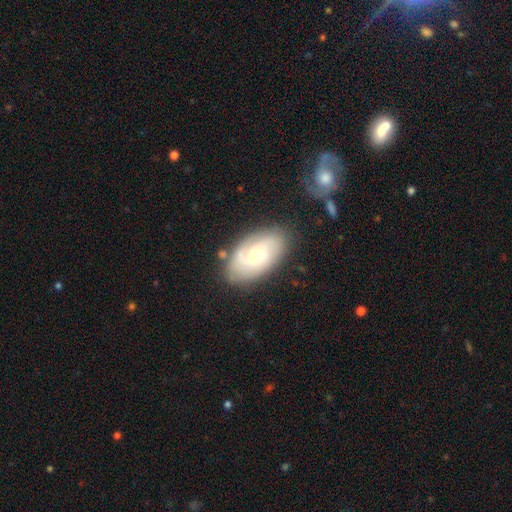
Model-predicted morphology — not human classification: A featured or disk galaxy (62%) with no bar (71%), spiral arms (84%) and a small central bulge (50%).

Vote fractions:
- Smooth or featured? featured or disk: 62% / smooth: 31% / star or artifact: 7%
- Edge-on disk? no: 94% / yes: 6%
- Bar? no: 71% / weak: 25% / strong: 4%
- Spiral arms? yes: 84% / no: 16%
- Bulge size? small: 50% / moderate: 45% / large: 3% / none: 1% / dominant: 1%
- Merging? none: 74% / minor disturbance: 17% / major disturbance: 5% / merger: 4%